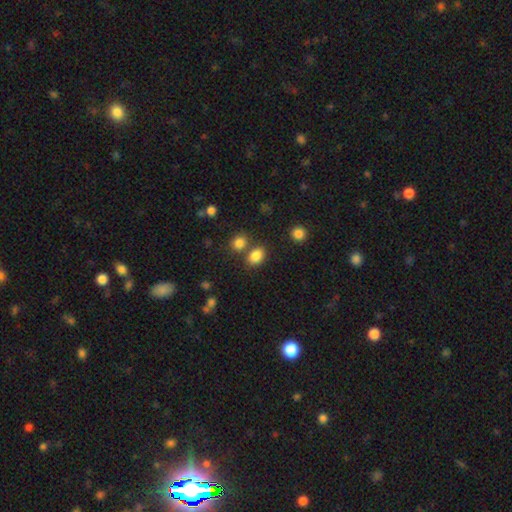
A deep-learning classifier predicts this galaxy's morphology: type=smooth (84%); roundness=in between (68%); merging=none (66%).